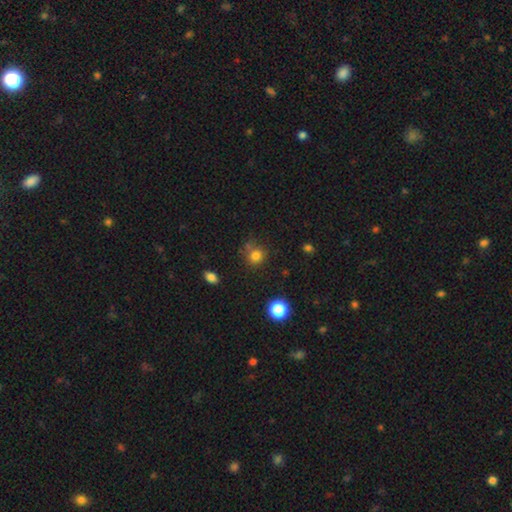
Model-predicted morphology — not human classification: This appears to be a smooth galaxy with no disk features (79%) that is round (84%). Merging: none (71%).